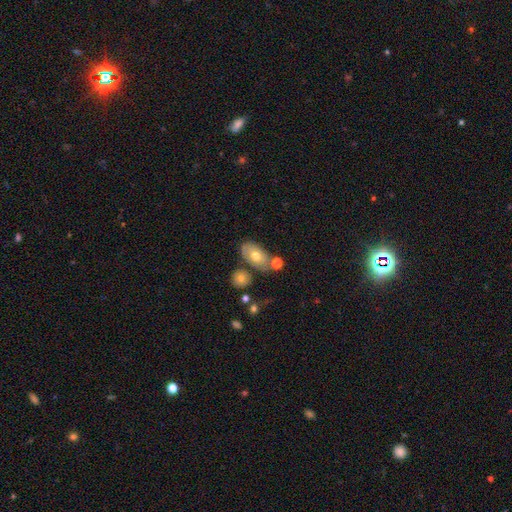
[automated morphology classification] A smooth galaxy with no disk features (65%) that is in between round and cigar-shaped (90%). Merging: none (61%).